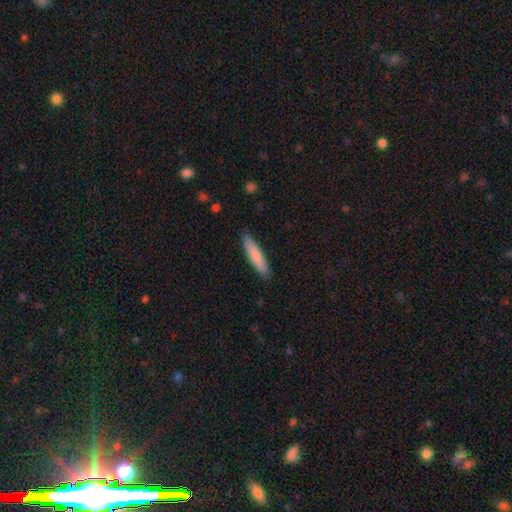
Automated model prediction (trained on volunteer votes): A smooth galaxy with no disk features (81%) that is cigar-shaped (81%). Merging: none (88%).